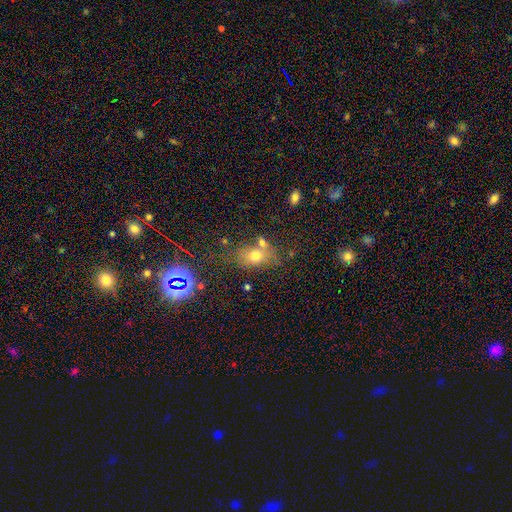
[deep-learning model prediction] Morphology: type=smooth (68%); roundness=in between (71%); merging=none (53%).